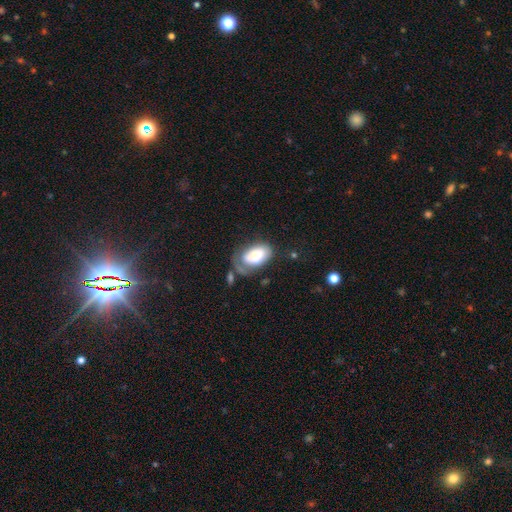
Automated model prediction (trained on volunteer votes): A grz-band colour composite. It shows a smooth galaxy with no disk features (73%) that is in between round and cigar-shaped (93%). Merging: none (38%).